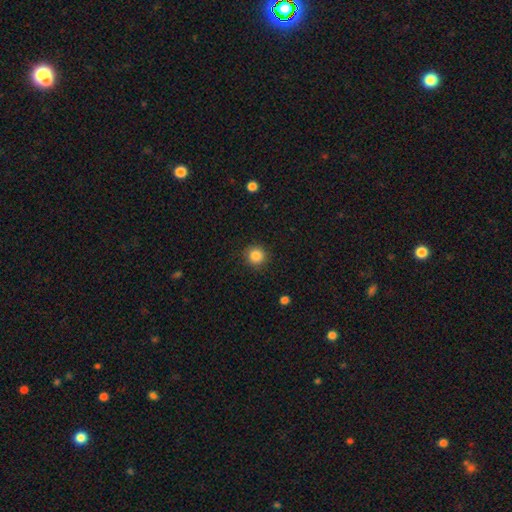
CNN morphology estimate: smooth_or_featured: smooth (p=0.86) [alt: star or artifact p=0.10]
how_rounded: round (p=0.94) [alt: in between p=0.05]
merging: none (p=0.91) [alt: minor disturbance p=0.06]